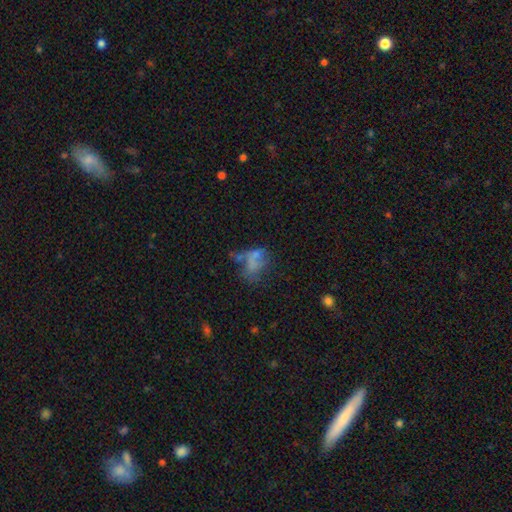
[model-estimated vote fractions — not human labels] Morphology: type=smooth (49%); merging=major disturbance (29%).